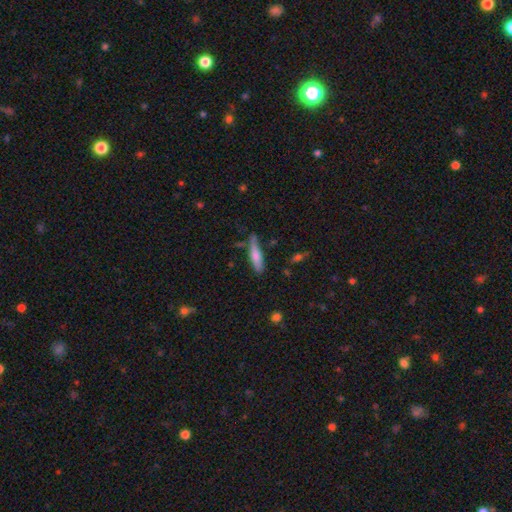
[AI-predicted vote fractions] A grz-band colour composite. It shows a smooth galaxy with no disk features (68%) that is cigar-shaped (79%). Merging: none (65%).